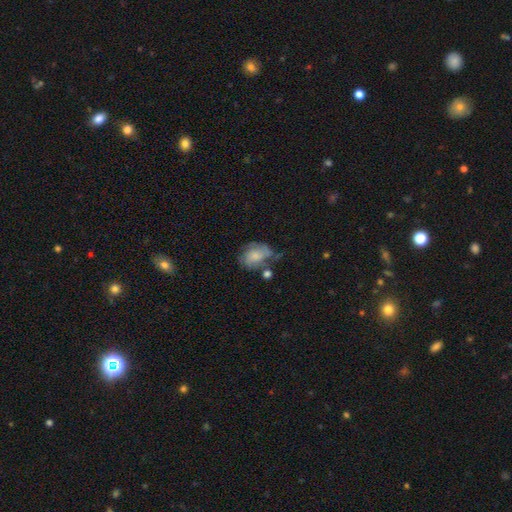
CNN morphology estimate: A smooth galaxy with no disk features (52%) that is in between round and cigar-shaped (68%).

Vote fractions:
- Smooth or featured? smooth: 52% / featured or disk: 39% / star or artifact: 9%
- How rounded? in between: 68% / round: 30% / cigar-shaped: 1%
- Merging? none: 35% / minor disturbance: 30% / major disturbance: 23% / merger: 12%